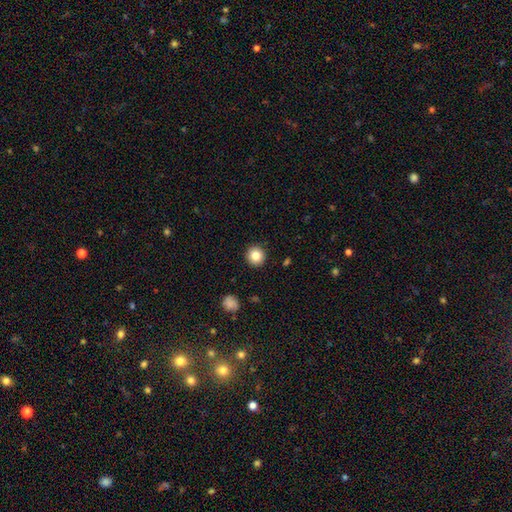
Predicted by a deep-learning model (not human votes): A smooth galaxy with no disk features (84%) that is round (95%). Merging: none (92%).